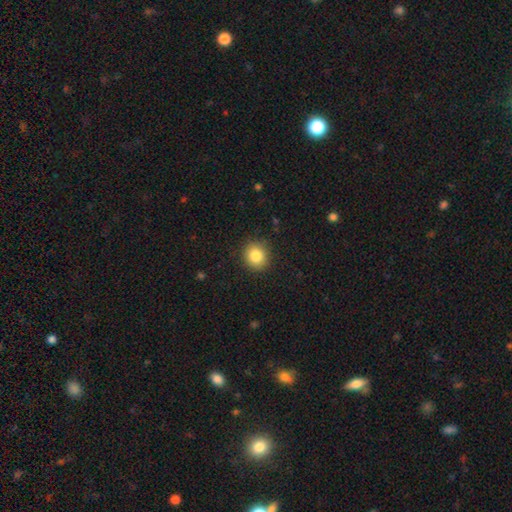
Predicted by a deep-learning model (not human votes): smooth_or_featured: smooth (p=0.84) [alt: star or artifact p=0.10]
how_rounded: round (p=0.86) [alt: in between p=0.13]
merging: none (p=0.89) [alt: minor disturbance p=0.08]